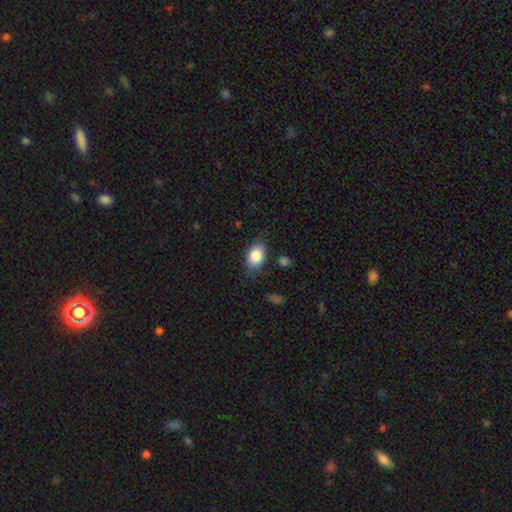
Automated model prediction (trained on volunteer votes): smooth 83%, featured or disk 9%, star or artifact 7%. Down the decision tree: how rounded — in between (81%); merging — none (75%).